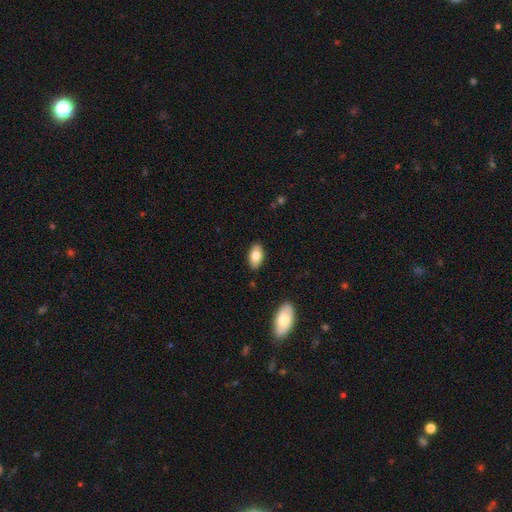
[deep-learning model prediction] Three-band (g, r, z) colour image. It shows a smooth galaxy with no disk features (79%) that is in between round and cigar-shaped (93%). Merging: none (87%).